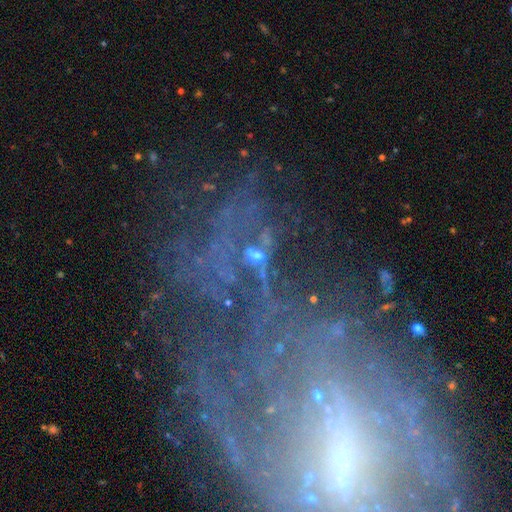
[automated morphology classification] Smooth or featured? Predicted: featured or disk (p=0.42). Merging? Predicted: none (p=0.38).